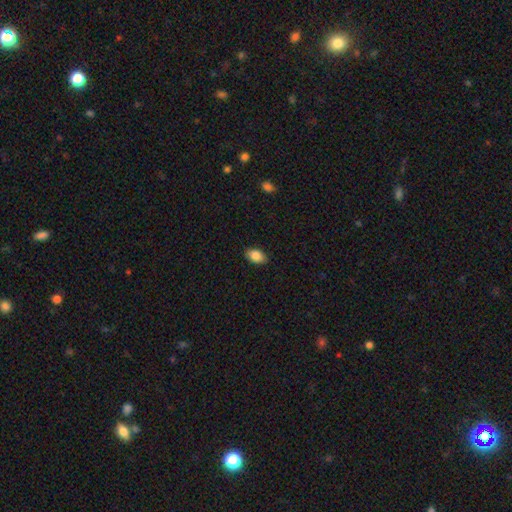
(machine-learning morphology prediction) A smooth galaxy with no disk features (86%) that is in between round and cigar-shaped (89%).

Vote fractions:
- Smooth or featured? smooth: 86% / star or artifact: 8% / featured or disk: 6%
- How rounded? in between: 89% / round: 9% / cigar-shaped: 2%
- Merging? none: 87% / minor disturbance: 10% / major disturbance: 2% / merger: 1%